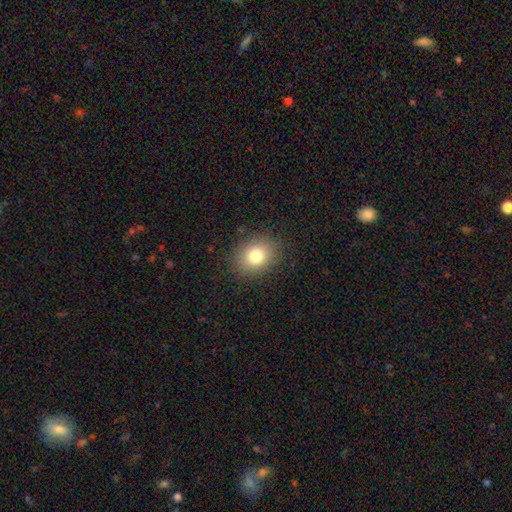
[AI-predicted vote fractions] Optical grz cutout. It shows a smooth galaxy with no disk features (79%) that is round (51%). Merging: none (86%).